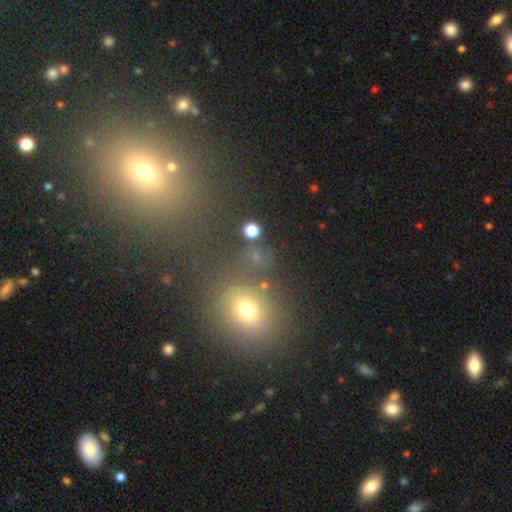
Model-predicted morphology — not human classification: Smooth or featured? Predicted: smooth (p=0.59). How rounded? Predicted: round (p=0.72). Merging? Predicted: none (p=0.71).